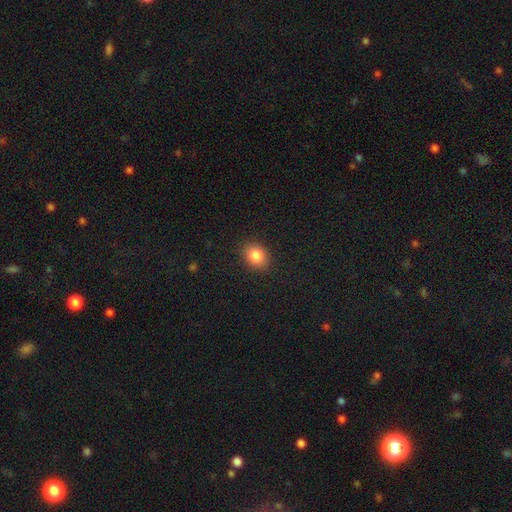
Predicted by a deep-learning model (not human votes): Smooth or featured?
  - smooth: 84% *
  - star or artifact: 10%
  - featured or disk: 6%
How rounded?
  - round: 51% *
  - in between: 48%
  - cigar-shaped: 1%
Merging?
  - none: 89% *
  - minor disturbance: 8%
  - major disturbance: 2%
  - merger: 1%